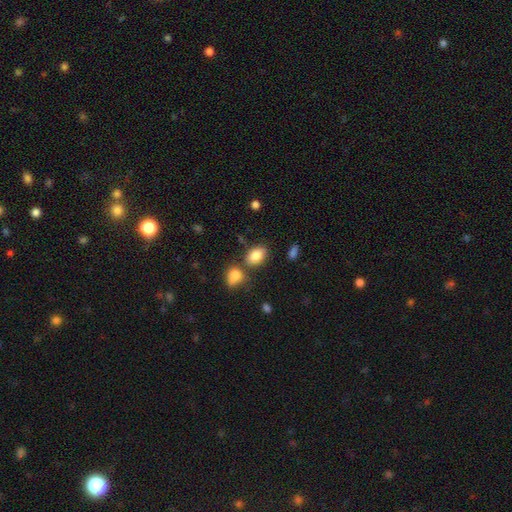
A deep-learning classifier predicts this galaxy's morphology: Smooth or featured? smooth (85%)
How rounded? in between (84%)
Merging? none (68%)